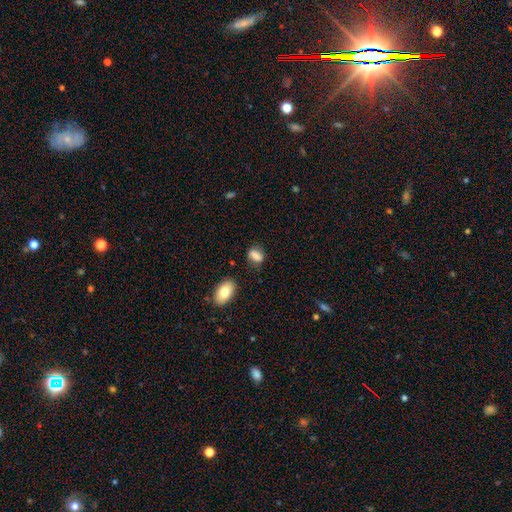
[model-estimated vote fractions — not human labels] This is clearly a smooth galaxy (81%). How rounded: likely in between (76%). Merging: likely none (71%).